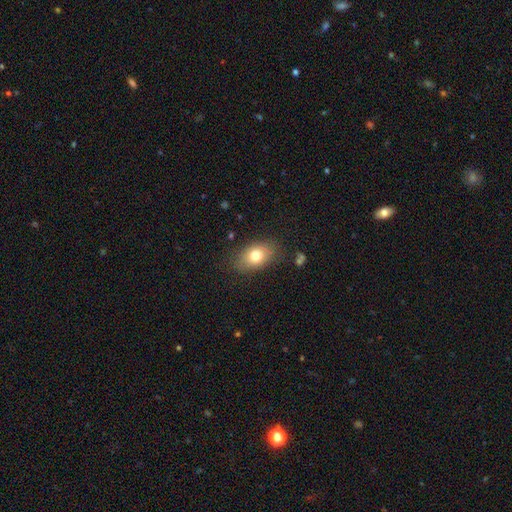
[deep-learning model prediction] A smooth galaxy with no disk features (76%) that is in between round and cigar-shaped (84%). Merging: none (81%).